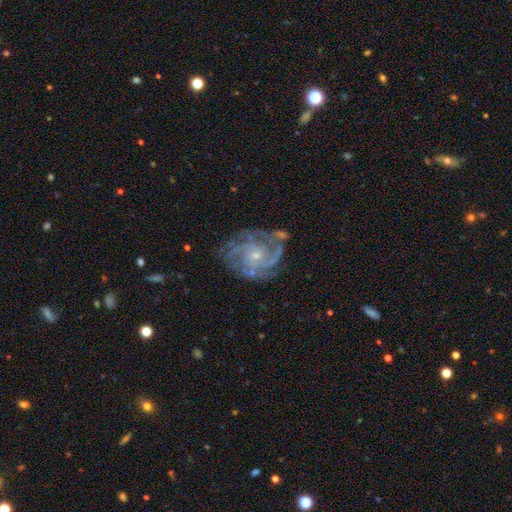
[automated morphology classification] Smooth or featured: featured or disk — 87% (star or artifact — 7%)
Edge-on disk: no — 98% (yes — 2%)
Bar: no — 75% (weak — 20%)
Spiral arms: yes — 96% (no — 4%)
Spiral winding: tight — 57% (medium — 35%)
Spiral arm count: 3 — 25% (can't tell — 24%)
Bulge size: small — 78% (moderate — 18%)
Merging: none — 65% (minor disturbance — 20%)